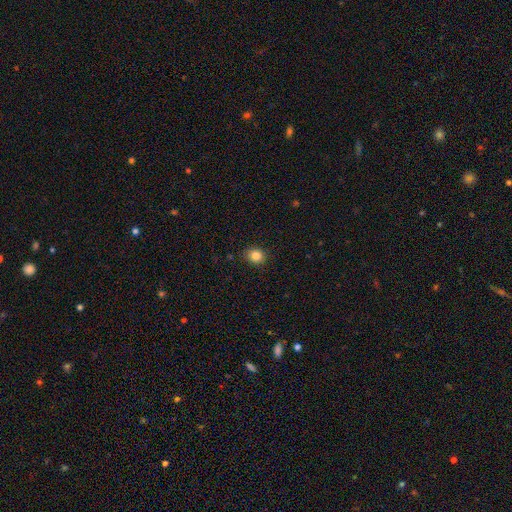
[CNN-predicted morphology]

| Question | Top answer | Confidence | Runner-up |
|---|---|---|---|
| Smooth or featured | smooth | 84% | star or artifact (11%) |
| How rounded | round | 69% | in between (31%) |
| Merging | none | 88% | minor disturbance (9%) |